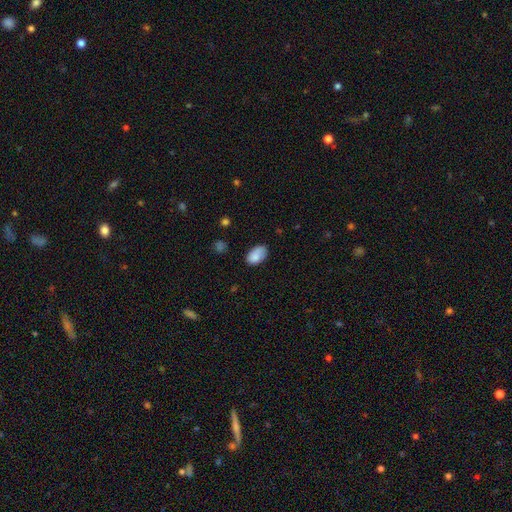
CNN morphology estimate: A smooth galaxy with no disk features (84%) that is in between round and cigar-shaped (91%).

Vote fractions:
- Smooth or featured? smooth: 84% / featured or disk: 9% / star or artifact: 7%
- How rounded? in between: 91% / round: 8% / cigar-shaped: 1%
- Merging? none: 66% / minor disturbance: 26% / major disturbance: 6% / merger: 2%